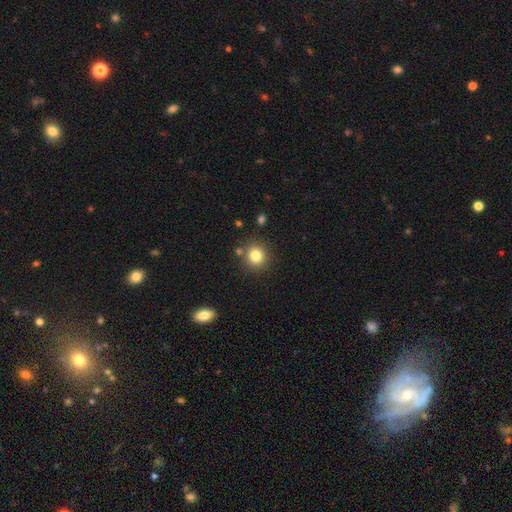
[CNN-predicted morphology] smooth-or-featured: smooth: 82% | star or artifact: 12% | featured or disk: 7%
  how-rounded: round: 90% | in between: 9% | cigar-shaped: 1%
  merging: none: 83% | minor disturbance: 8% | merger: 6% | major disturbance: 3%